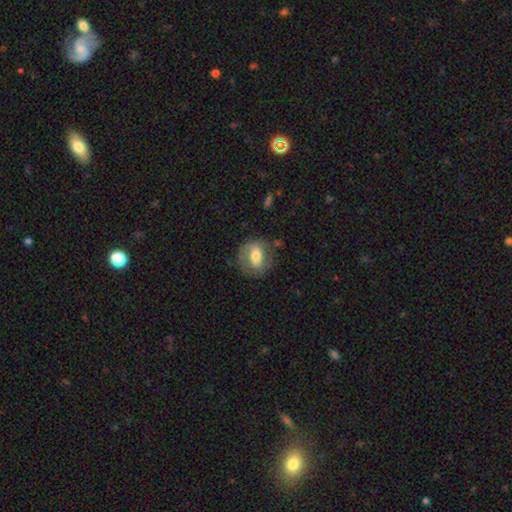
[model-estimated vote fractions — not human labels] The model was most divided on "how rounded": in between: 52%, round: 46%, cigar-shaped: 2%. More confident: merging — none (69%); smooth or featured — smooth (55%).